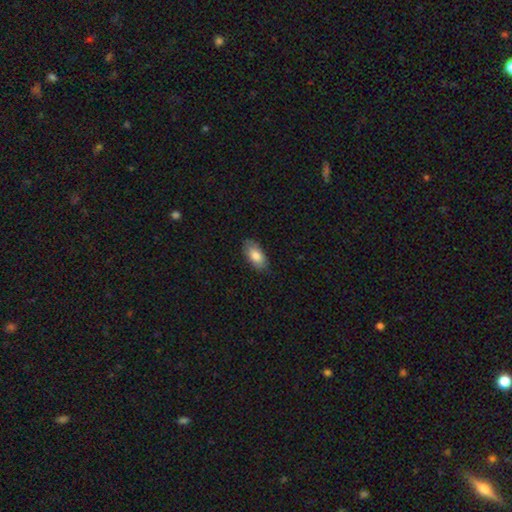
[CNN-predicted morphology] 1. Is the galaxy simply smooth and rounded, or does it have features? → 83% smooth, 11% featured or disk, 6% star or artifact.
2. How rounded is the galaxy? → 91% in between, 6% cigar-shaped, 3% round.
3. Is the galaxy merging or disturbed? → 82% none, 14% minor disturbance, 3% major disturbance, 1% merger.